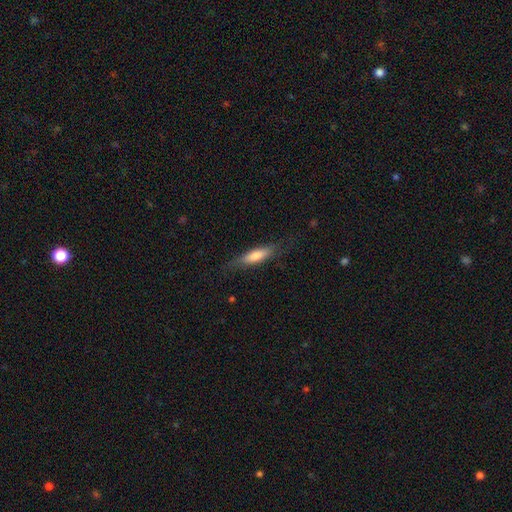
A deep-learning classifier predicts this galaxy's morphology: The model was most divided on "how rounded": cigar-shaped: 68%, in between: 30%, round: 2%. More confident: merging — none (74%); smooth or featured — smooth (67%).